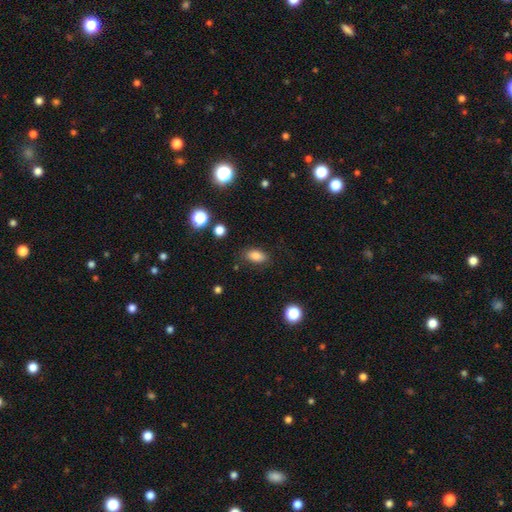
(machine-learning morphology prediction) A smooth galaxy with no disk features (85%) that is in between round and cigar-shaped (89%). Merging: none (83%).